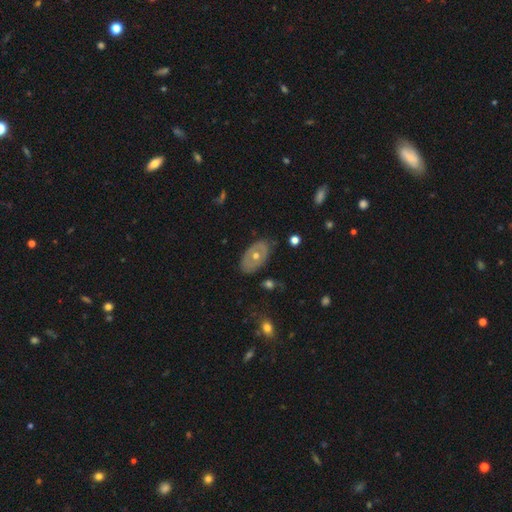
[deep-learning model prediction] This appears to be a featured or disk galaxy (56%) with no bar (90%), no spiral arms (82%) and a moderate central bulge (64%). Merging: none (81%).